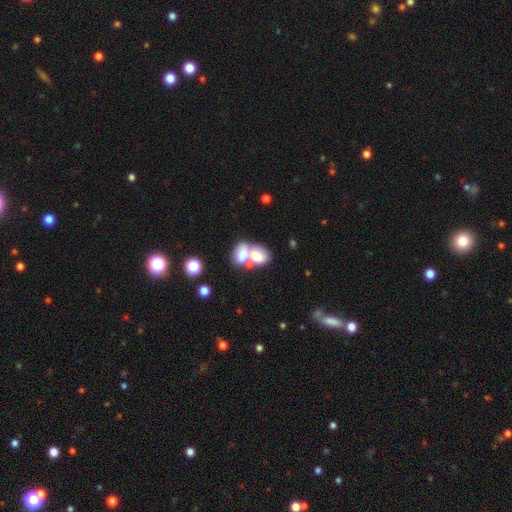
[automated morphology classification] Smooth or featured? smooth (72%)
How rounded? in between (84%)
Merging? merger (74%)